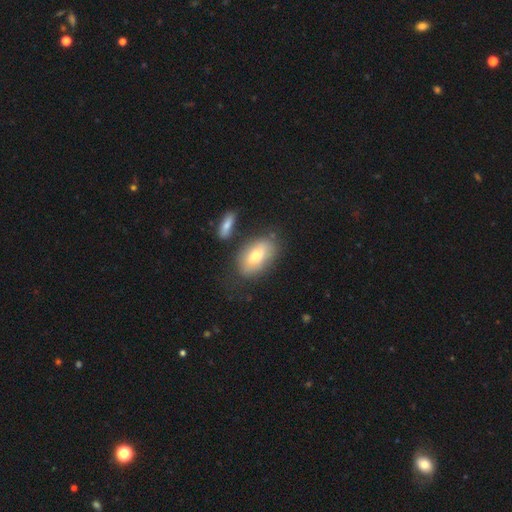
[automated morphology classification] A smooth galaxy with no disk features (72%) that is in between round and cigar-shaped (91%). Merging: none (69%).